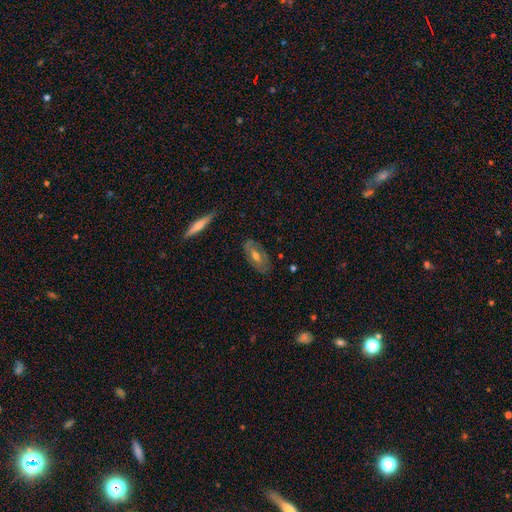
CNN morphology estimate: A featured or disk galaxy (53%). Merging: none (77%).